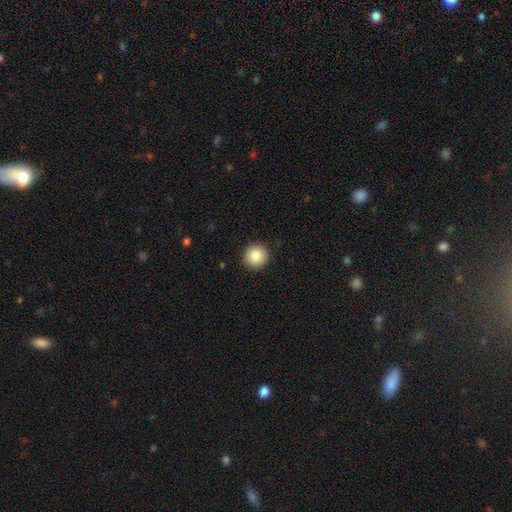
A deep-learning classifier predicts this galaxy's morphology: Smooth or featured?
  - smooth: 88% *
  - star or artifact: 8%
  - featured or disk: 4%
How rounded?
  - round: 96% *
  - in between: 3%
  - cigar-shaped: 1%
Merging?
  - none: 92% *
  - minor disturbance: 5%
  - major disturbance: 2%
  - merger: 1%